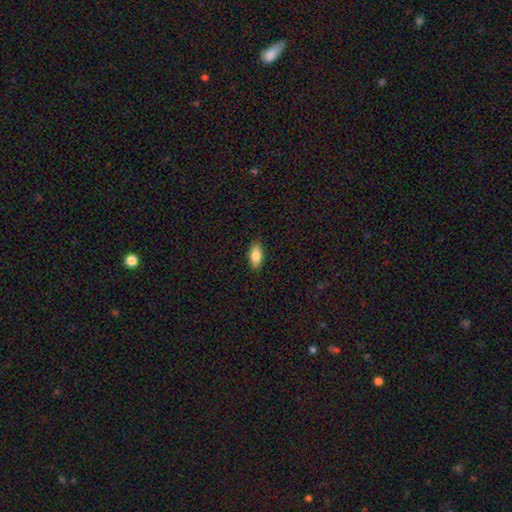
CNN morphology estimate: Smooth or featured?
  - smooth: 80% *
  - featured or disk: 13%
  - star or artifact: 7%
How rounded?
  - in between: 86% *
  - cigar-shaped: 11%
  - round: 3%
Merging?
  - none: 88% *
  - minor disturbance: 9%
  - major disturbance: 2%
  - merger: 1%